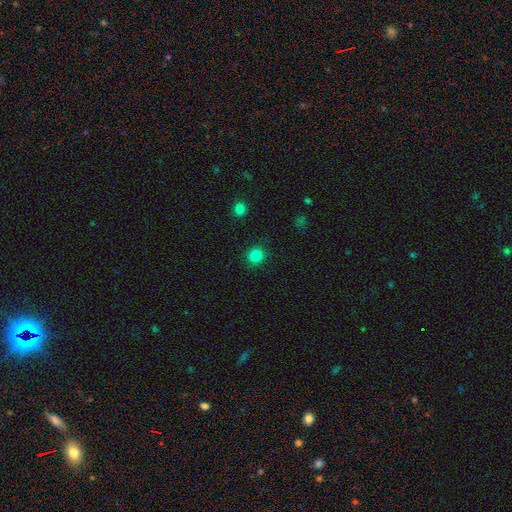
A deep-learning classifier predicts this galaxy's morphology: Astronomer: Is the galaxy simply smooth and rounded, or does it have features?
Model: smooth — 84%.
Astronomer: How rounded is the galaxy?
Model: round — 91%.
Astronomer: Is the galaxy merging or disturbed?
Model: none — 91%.